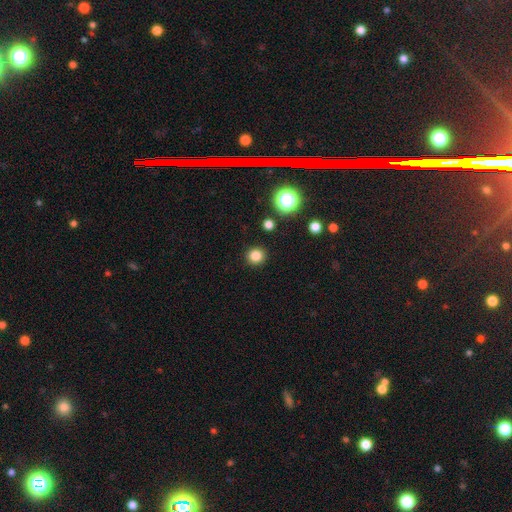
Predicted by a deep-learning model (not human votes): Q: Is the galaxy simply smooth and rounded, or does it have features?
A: smooth — 81%.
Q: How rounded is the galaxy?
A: round — 91%.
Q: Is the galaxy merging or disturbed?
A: none — 91%.